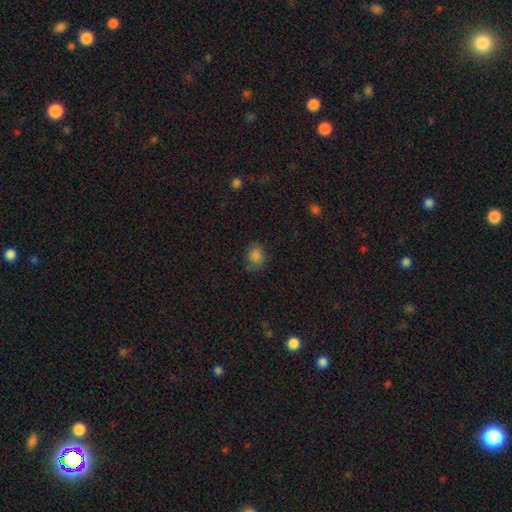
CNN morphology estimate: Overall: smooth (82%). How rounded: round (54%; in between 45%). Merging: none (69%).